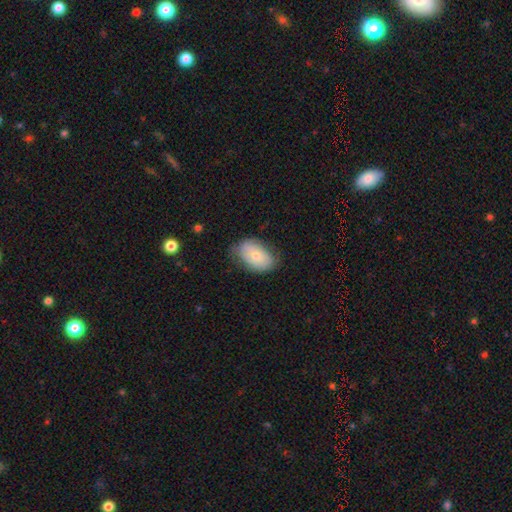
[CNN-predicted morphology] This appears to be a smooth galaxy with no disk features (68%) that is in between round and cigar-shaped (88%). Merging: none (64%).